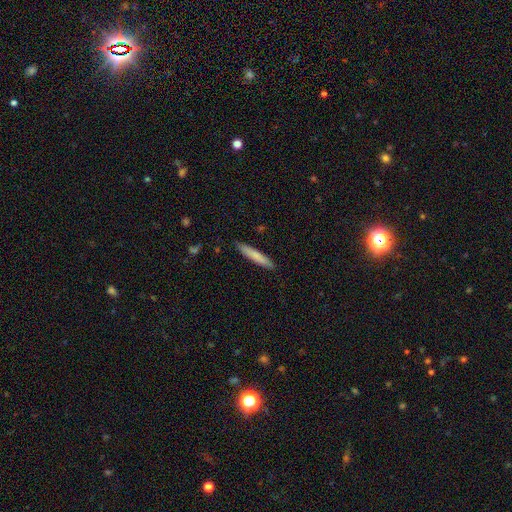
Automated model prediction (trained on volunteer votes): A smooth galaxy with no disk features (78%) that is cigar-shaped (93%). Merging: none (89%).